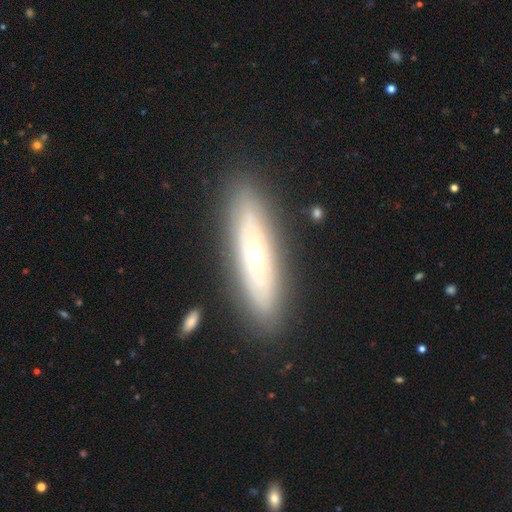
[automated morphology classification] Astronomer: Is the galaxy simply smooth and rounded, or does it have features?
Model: featured or disk — 61%.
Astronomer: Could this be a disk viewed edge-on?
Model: no — 63%.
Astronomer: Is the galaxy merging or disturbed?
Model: none — 86%.